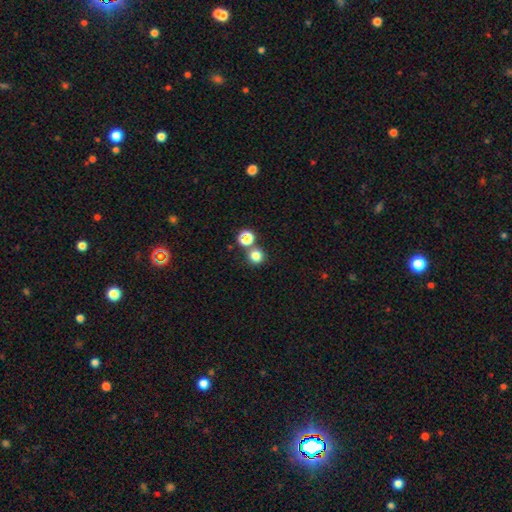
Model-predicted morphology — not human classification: Overall: smooth (80%). How rounded: round (91%). Merging: none (69%).